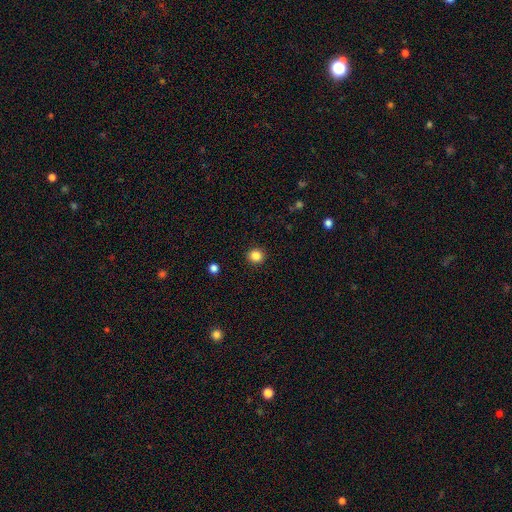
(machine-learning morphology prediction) Overall: smooth (85%). How rounded: round (90%). Merging: none (92%).